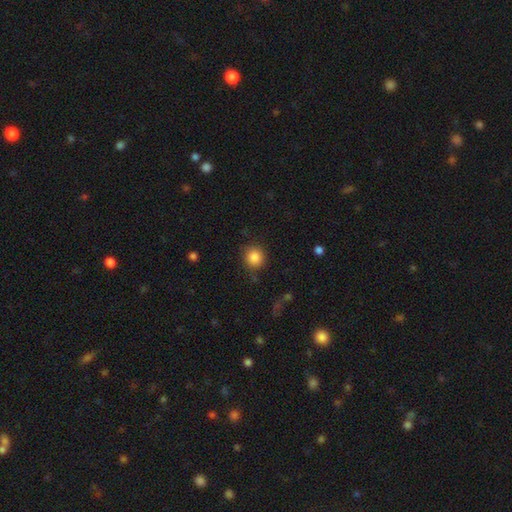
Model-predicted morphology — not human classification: This is clearly a smooth galaxy (86%). How rounded: clearly round (90%). Merging: clearly none (84%).